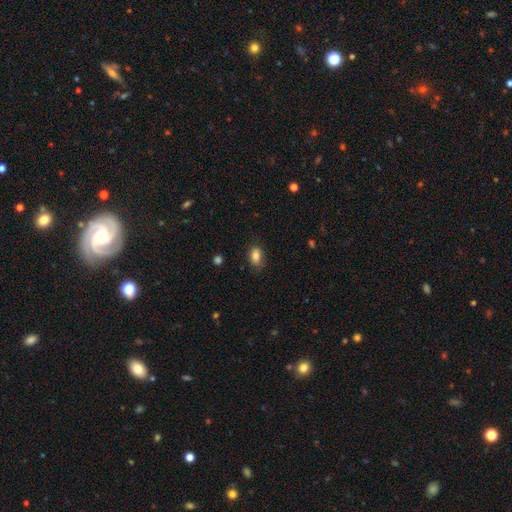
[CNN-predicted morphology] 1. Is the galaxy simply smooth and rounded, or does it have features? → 84% smooth, 9% star or artifact, 7% featured or disk.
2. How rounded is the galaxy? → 87% in between, 11% round, 2% cigar-shaped.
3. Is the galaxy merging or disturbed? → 80% none, 16% minor disturbance, 3% major disturbance, 1% merger.